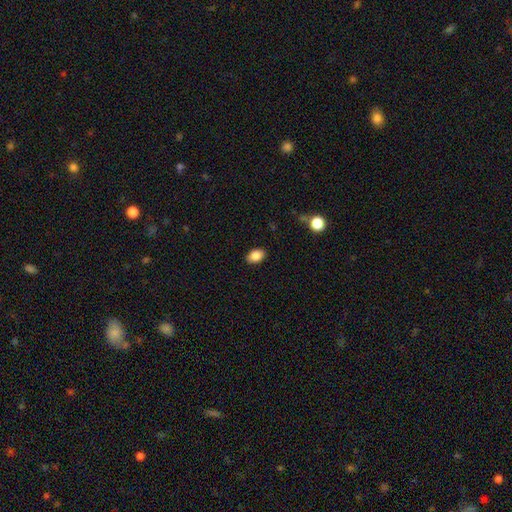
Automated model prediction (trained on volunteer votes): The model was most divided on "how rounded": in between: 83%, round: 15%, cigar-shaped: 1%. More confident: merging — none (87%); smooth or featured — smooth (84%).